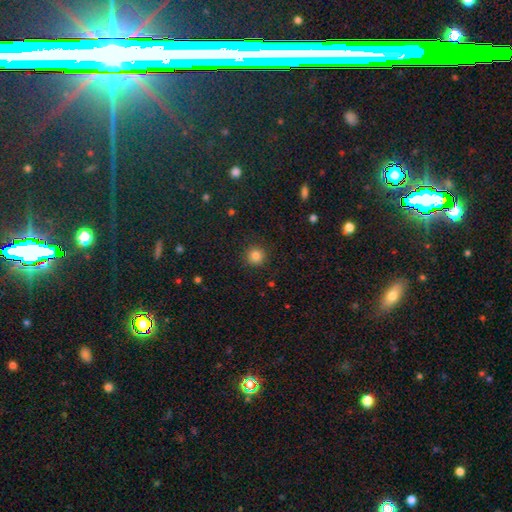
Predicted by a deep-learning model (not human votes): Overall: smooth (84%). How rounded: round (94%). Merging: none (90%).